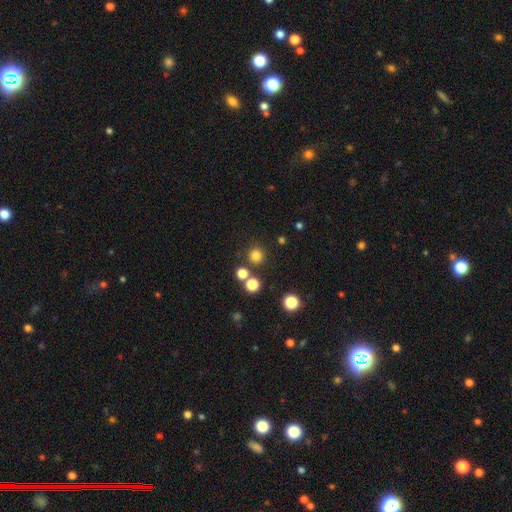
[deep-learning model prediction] Smooth or featured? smooth (78%)
How rounded? round (94%)
Merging? none (84%)